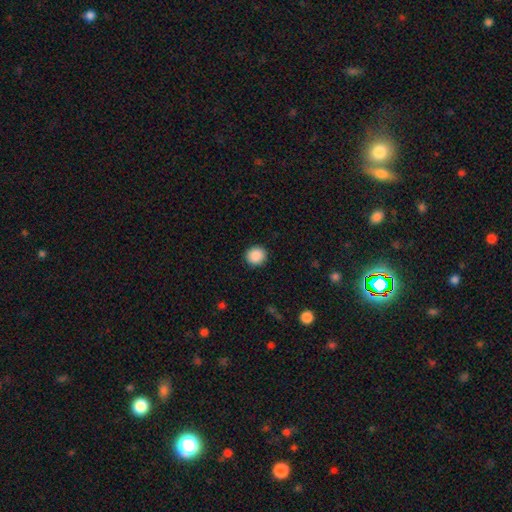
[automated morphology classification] A smooth galaxy with no disk features (89%) that is round (91%).

Vote fractions:
- Smooth or featured? smooth: 89% / star or artifact: 8% / featured or disk: 3%
- How rounded? round: 91% / in between: 8% / cigar-shaped: 1%
- Merging? none: 92% / minor disturbance: 5% / major disturbance: 2% / merger: 1%